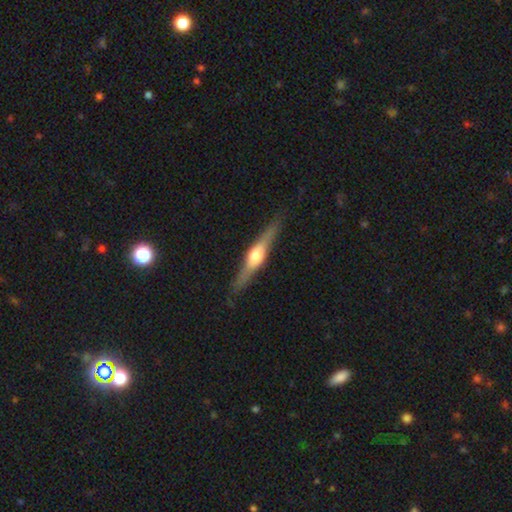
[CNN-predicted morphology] This is likely a featured or disk galaxy (70%). It is clearly viewed edge-on (97%). Edge-on bulge: clearly rounded (89%). Merging: clearly none (87%).